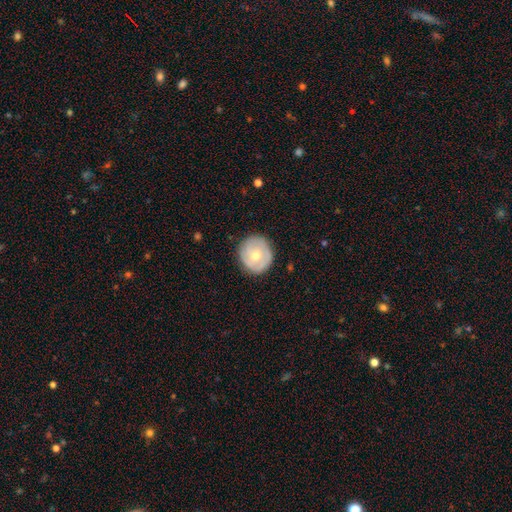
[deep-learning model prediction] Smooth or featured? Predicted: featured or disk (p=0.53). Edge-on disk? Predicted: no (p=0.96). Bar? Predicted: no (p=0.74). Spiral arms? Predicted: yes (p=0.63). Bulge size? Predicted: moderate (p=0.61). Merging? Predicted: none (p=0.83).